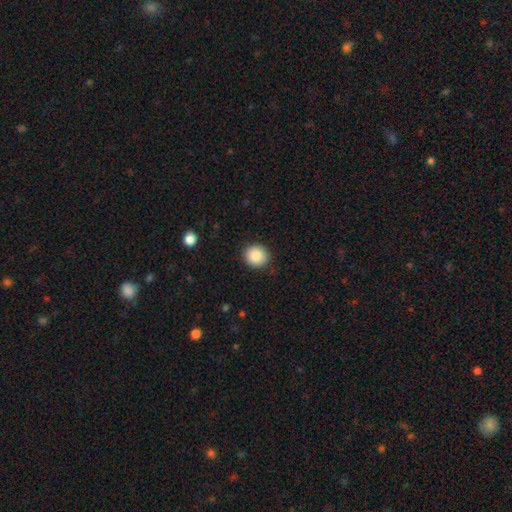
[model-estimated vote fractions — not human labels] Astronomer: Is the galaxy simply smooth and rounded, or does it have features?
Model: smooth — 88%.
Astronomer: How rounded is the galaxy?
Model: round — 88%.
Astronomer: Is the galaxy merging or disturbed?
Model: none — 90%.